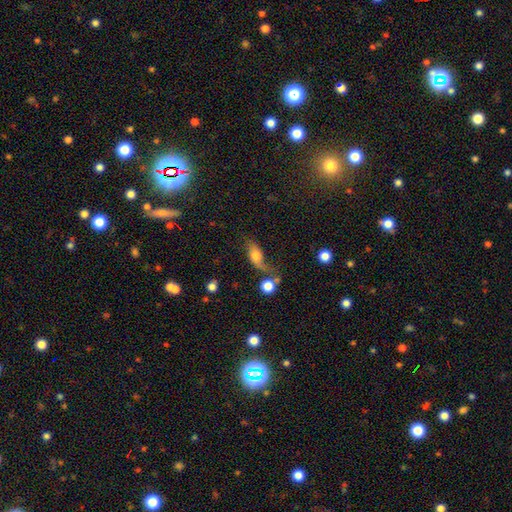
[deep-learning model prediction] Morphology: type=smooth (50%); merging=none (39%).